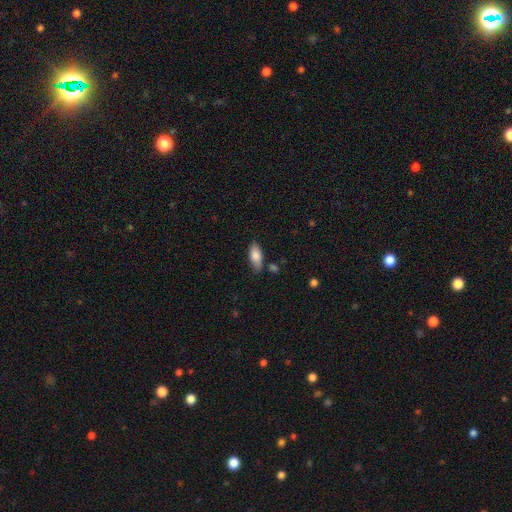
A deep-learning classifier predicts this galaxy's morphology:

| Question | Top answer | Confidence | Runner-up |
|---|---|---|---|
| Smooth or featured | smooth | 83% | featured or disk (10%) |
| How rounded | in between | 83% | cigar-shaped (15%) |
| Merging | none | 73% | minor disturbance (18%) |